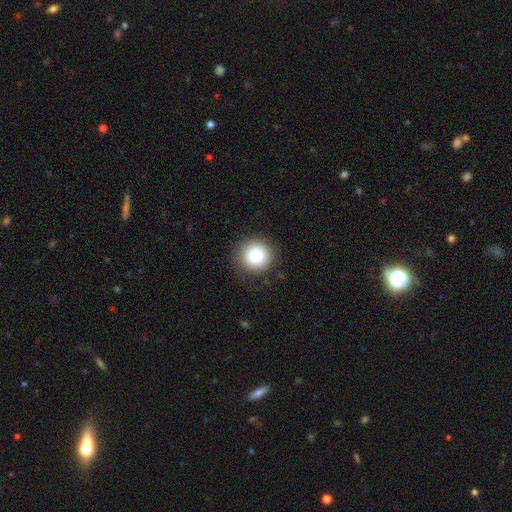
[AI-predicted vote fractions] This appears to be a smooth galaxy with no disk features (85%) that is round (94%). Merging: none (88%).